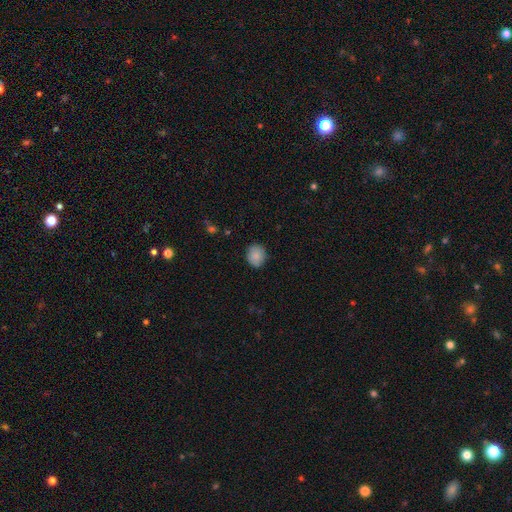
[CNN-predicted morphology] smooth 87%, star or artifact 8%, featured or disk 6%. Down the decision tree: how rounded — round (70%); merging — none (84%).